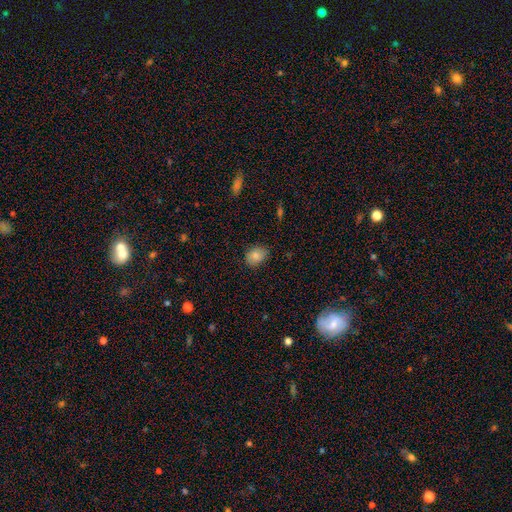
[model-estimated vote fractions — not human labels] smooth 84%, star or artifact 9%, featured or disk 7%. Down the decision tree: how rounded — in between (59%); merging — none (81%).